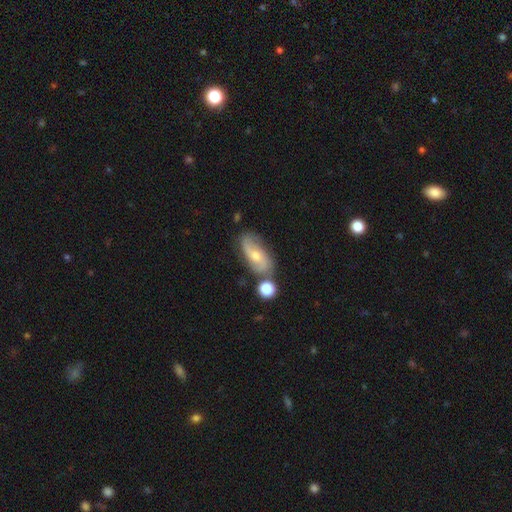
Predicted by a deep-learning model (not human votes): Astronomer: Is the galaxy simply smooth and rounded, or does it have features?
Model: featured or disk — 66%.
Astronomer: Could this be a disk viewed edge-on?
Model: no — 91%.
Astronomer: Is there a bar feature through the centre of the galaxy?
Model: no — 62%.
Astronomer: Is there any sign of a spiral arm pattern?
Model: yes — 89%.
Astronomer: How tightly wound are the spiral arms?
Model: medium — 41% (runner-up: loose, 36%).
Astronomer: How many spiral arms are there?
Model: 2 — 78%.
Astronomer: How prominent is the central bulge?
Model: moderate — 48% (runner-up: small, 47%).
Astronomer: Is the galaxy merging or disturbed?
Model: none — 65%.